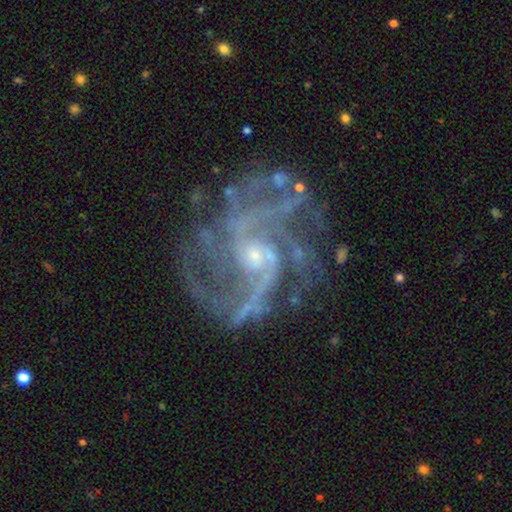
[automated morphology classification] This is clearly a featured or disk galaxy (90%). It is clearly not viewed edge-on (98%). Bar: possibly no (57%). Spiral arm pattern: clearly yes (97%). Spiral arm count: marginally 2 (33%). Spiral winding: possibly medium (53%). Central bulge: likely small (70%). Merging: likely none (68%).